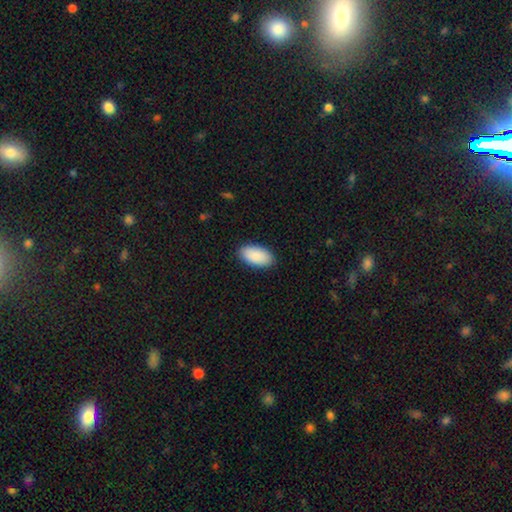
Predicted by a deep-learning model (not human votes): A smooth galaxy with no disk features (90%) that is in between round and cigar-shaped (95%).

Vote fractions:
- Smooth or featured? smooth: 90% / star or artifact: 5% / featured or disk: 4%
- How rounded? in between: 95% / cigar-shaped: 3% / round: 2%
- Merging? none: 89% / minor disturbance: 8% / major disturbance: 2% / merger: 1%